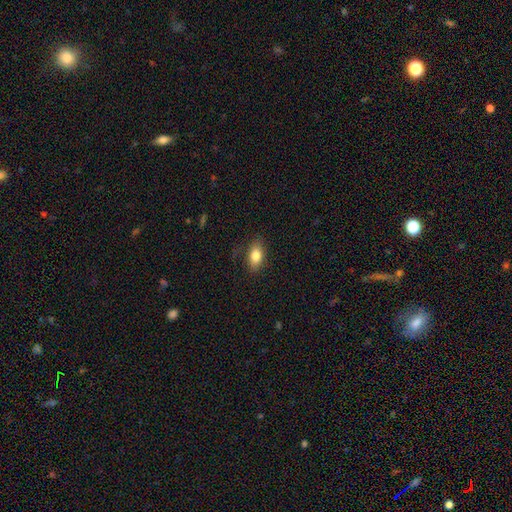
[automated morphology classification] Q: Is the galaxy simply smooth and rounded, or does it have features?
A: smooth — 82%.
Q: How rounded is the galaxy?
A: in between — 87%.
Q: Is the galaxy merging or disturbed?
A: none — 82%.